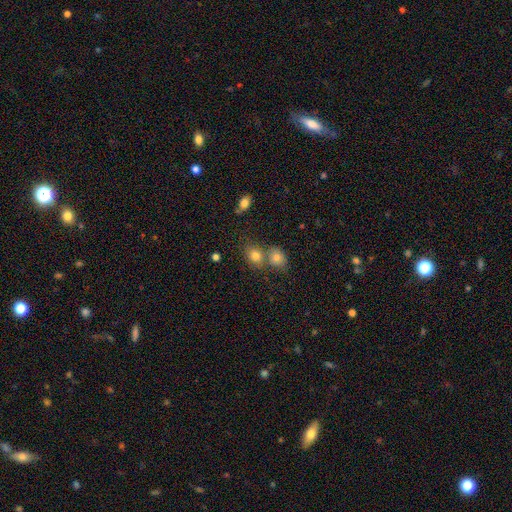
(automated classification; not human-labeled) smooth 78%, star or artifact 13%, featured or disk 9%. Down the decision tree: how rounded — round (53%); merging — none (47%).